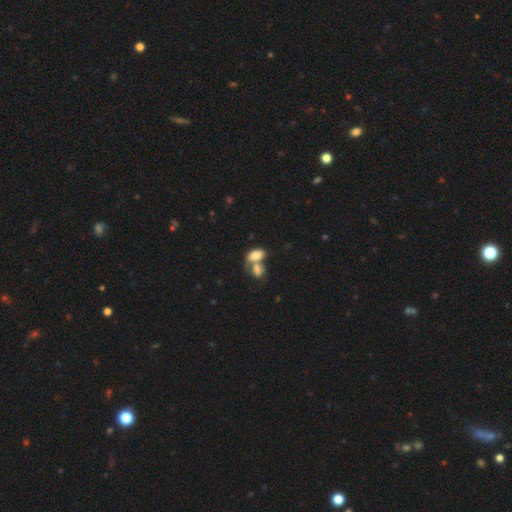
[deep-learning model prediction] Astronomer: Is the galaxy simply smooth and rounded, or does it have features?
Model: smooth — 78%.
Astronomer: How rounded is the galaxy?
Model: in between — 90%.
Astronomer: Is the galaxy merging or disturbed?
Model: merger — 67%.